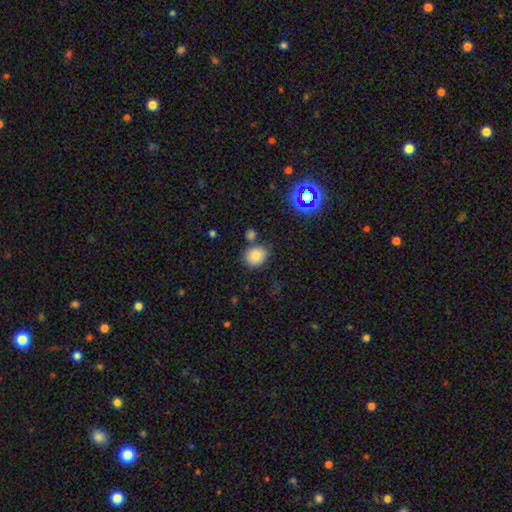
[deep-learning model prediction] Q: Smooth or featured?
A: smooth (81%); runner-up: star or artifact (12%)
Q: How rounded?
A: round (67%); runner-up: in between (32%)
Q: Merging?
A: none (70%); runner-up: minor disturbance (13%)